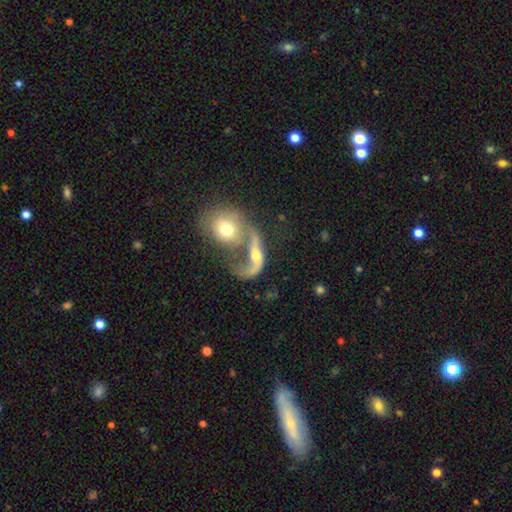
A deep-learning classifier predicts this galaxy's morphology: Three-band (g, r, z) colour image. It shows a featured or disk galaxy (58%) with no bar (66%), spiral arms (60%) and a moderate central bulge (60%). Merging: merger (66%).